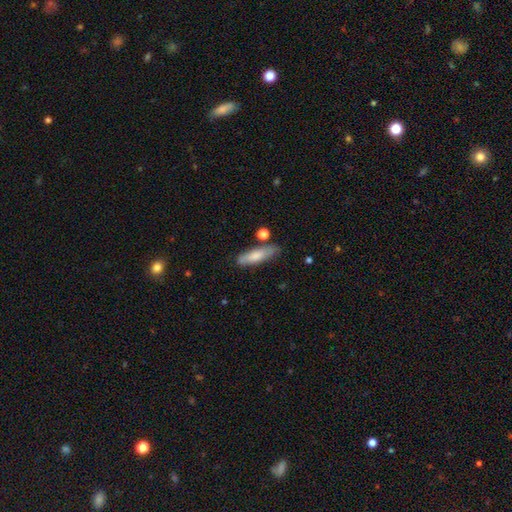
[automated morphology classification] Smooth or featured: smooth — 75% (featured or disk — 19%)
How rounded: cigar-shaped — 57% (in between — 41%)
Merging: none — 72% (minor disturbance — 17%)